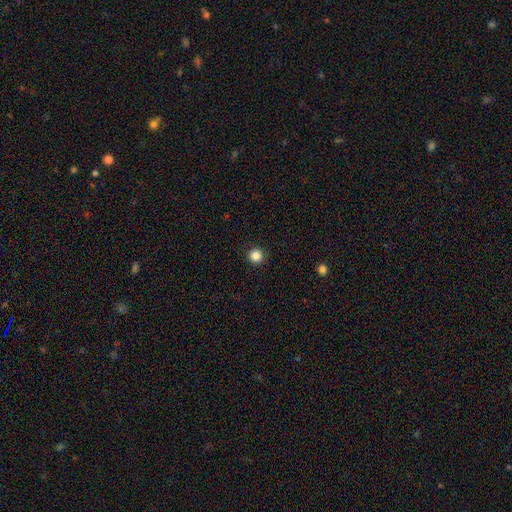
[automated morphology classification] This appears to be a smooth galaxy with no disk features (85%) that is round (96%). Merging: none (93%).